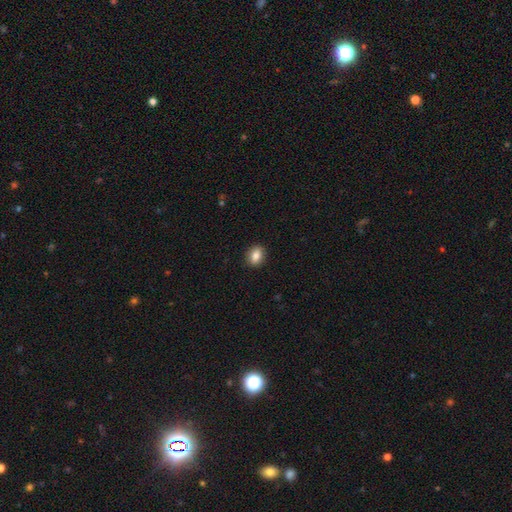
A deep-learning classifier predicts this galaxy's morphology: A smooth galaxy with no disk features (85%) that is in between round and cigar-shaped (67%). Merging: none (90%).